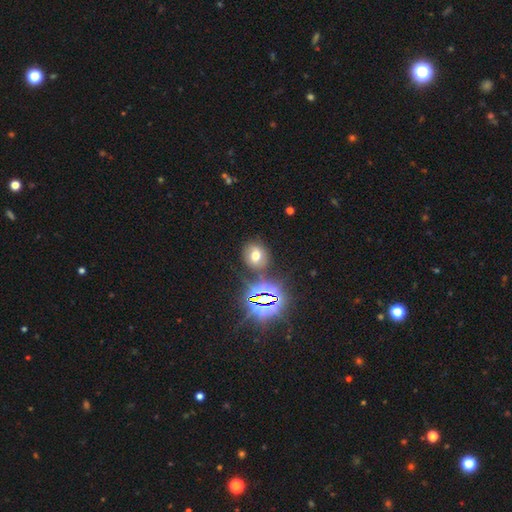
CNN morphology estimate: Smooth or featured? Predicted: smooth (p=0.56). How rounded? Predicted: round (p=0.69). Merging? Predicted: none (p=0.76).